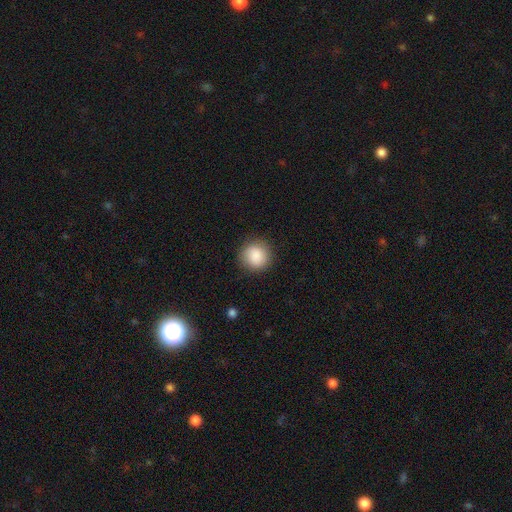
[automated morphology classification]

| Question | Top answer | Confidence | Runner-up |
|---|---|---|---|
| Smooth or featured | smooth | 88% | star or artifact (8%) |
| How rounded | round | 92% | in between (7%) |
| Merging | none | 88% | minor disturbance (8%) |